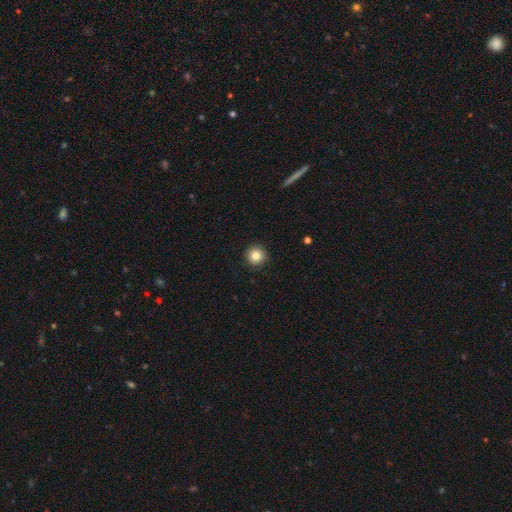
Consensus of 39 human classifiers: Morphology: type=smooth (79%); roundness=round (100%); merging=none (89%).